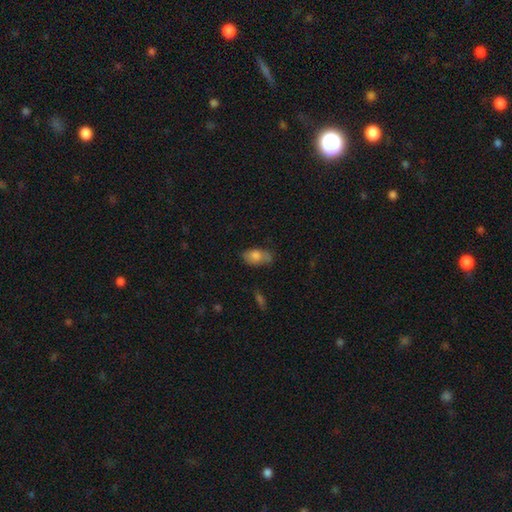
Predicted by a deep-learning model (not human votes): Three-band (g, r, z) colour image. It shows a smooth galaxy with no disk features (77%) that is in between round and cigar-shaped (90%). Merging: none (61%).